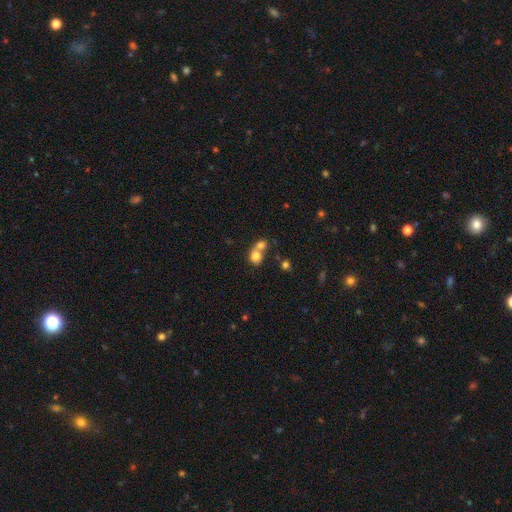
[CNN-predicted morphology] A smooth galaxy with no disk features (78%) that is round (71%).

Vote fractions:
- Smooth or featured? smooth: 78% / featured or disk: 12% / star or artifact: 11%
- How rounded? round: 71% / in between: 28% / cigar-shaped: 1%
- Merging? merger: 60% / none: 30% / minor disturbance: 6% / major disturbance: 3%